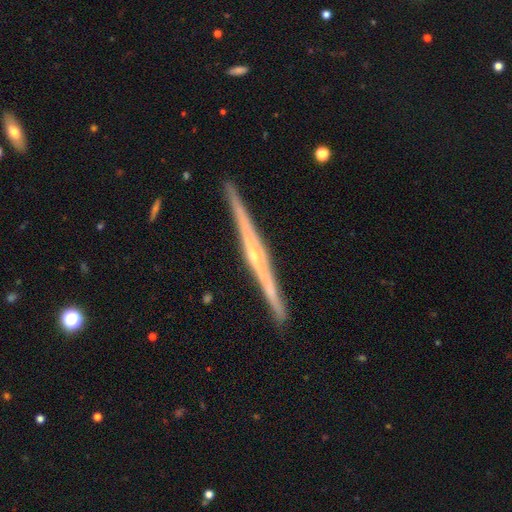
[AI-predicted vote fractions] Morphology: type=featured or disk (83%); edge-on=yes (98%); edge-on bulge=rounded (56%); merging=none (91%).